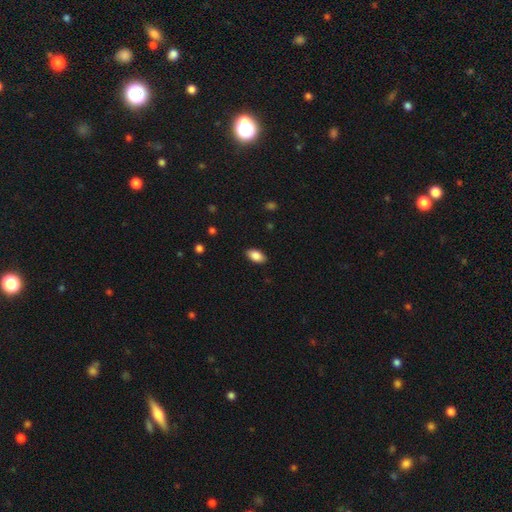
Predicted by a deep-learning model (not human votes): Smooth or featured? Predicted: smooth (p=0.87). How rounded? Predicted: in between (p=0.93). Merging? Predicted: none (p=0.88).